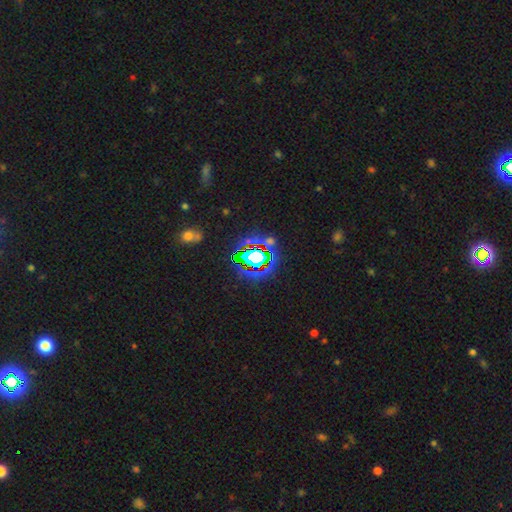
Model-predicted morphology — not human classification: smooth_or_featured: star or artifact (p=0.68) [alt: smooth p=0.19]